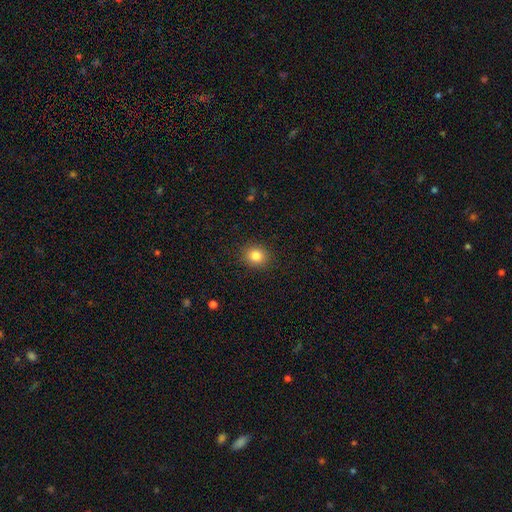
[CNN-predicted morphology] Q: Smooth or featured?
A: smooth (83%); runner-up: star or artifact (11%)
Q: How rounded?
A: round (77%); runner-up: in between (22%)
Q: Merging?
A: none (90%); runner-up: minor disturbance (7%)